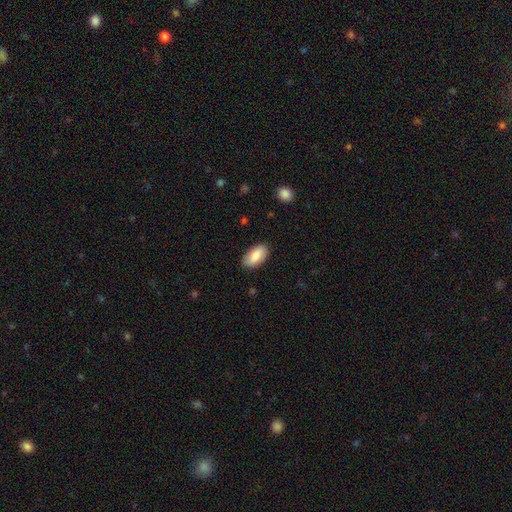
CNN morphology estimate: Q: Smooth or featured?
A: smooth (84%); runner-up: featured or disk (10%)
Q: How rounded?
A: in between (95%); runner-up: cigar-shaped (3%)
Q: Merging?
A: none (87%); runner-up: minor disturbance (10%)